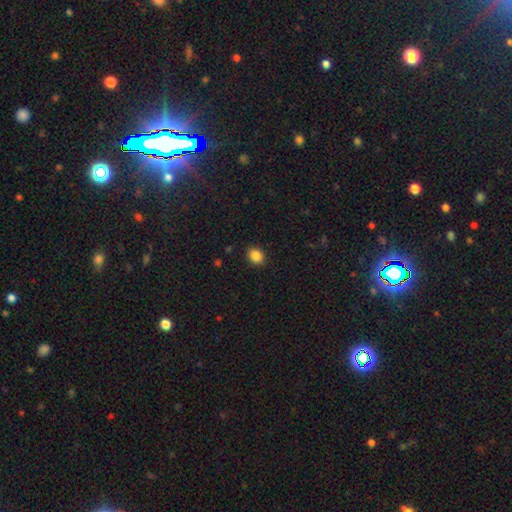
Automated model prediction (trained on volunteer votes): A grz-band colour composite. It shows a smooth galaxy with no disk features (87%) that is round (52%). Merging: none (89%).